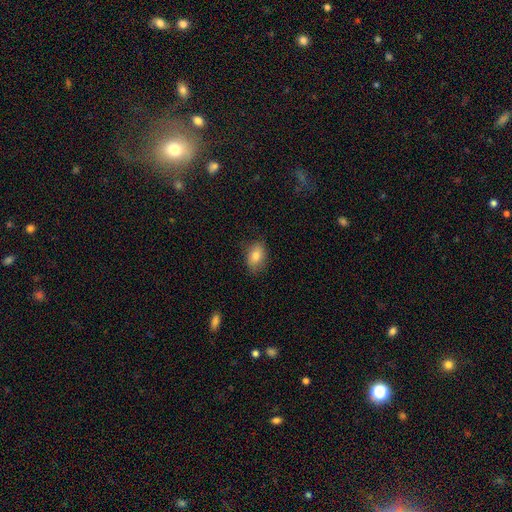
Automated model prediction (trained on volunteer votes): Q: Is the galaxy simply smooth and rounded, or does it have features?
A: smooth — 82%.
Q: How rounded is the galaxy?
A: in between — 82%.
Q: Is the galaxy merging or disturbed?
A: none — 82%.